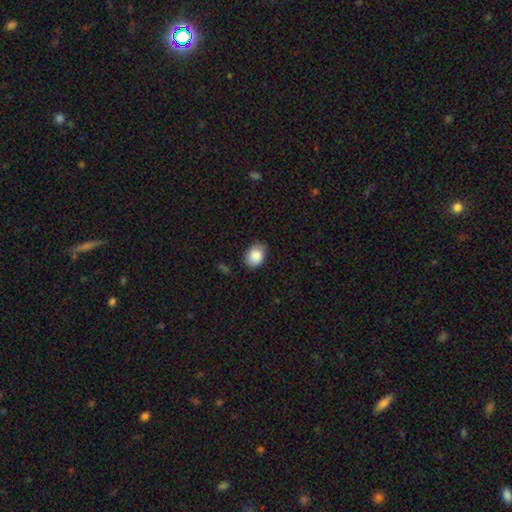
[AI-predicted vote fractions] Smooth or featured?
  - smooth: 87% *
  - star or artifact: 7%
  - featured or disk: 5%
How rounded?
  - in between: 67% *
  - round: 32%
  - cigar-shaped: 1%
Merging?
  - none: 77% *
  - minor disturbance: 18%
  - major disturbance: 3%
  - merger: 1%